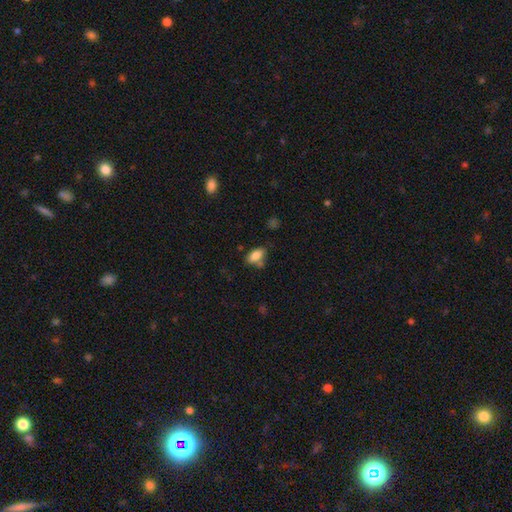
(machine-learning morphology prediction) Overall: smooth (83%). How rounded: in between (90%). Merging: none (61%).